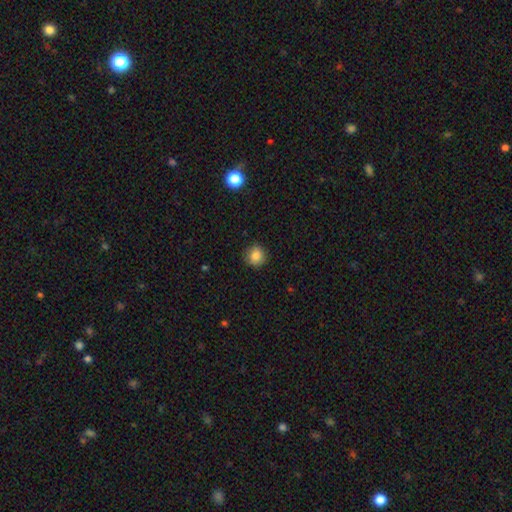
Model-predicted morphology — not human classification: Smooth or featured? smooth (86%)
How rounded? round (90%)
Merging? none (88%)